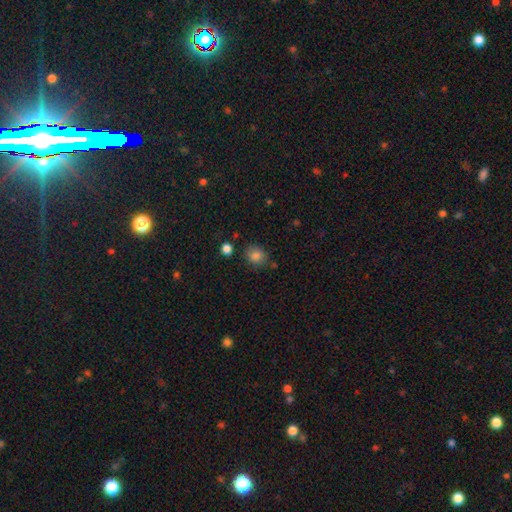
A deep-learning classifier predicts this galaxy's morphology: smooth-or-featured: smooth: 84% | star or artifact: 11% | featured or disk: 6%
  how-rounded: round: 69% | in between: 30% | cigar-shaped: 1%
  merging: none: 77% | minor disturbance: 14% | merger: 5% | major disturbance: 4%